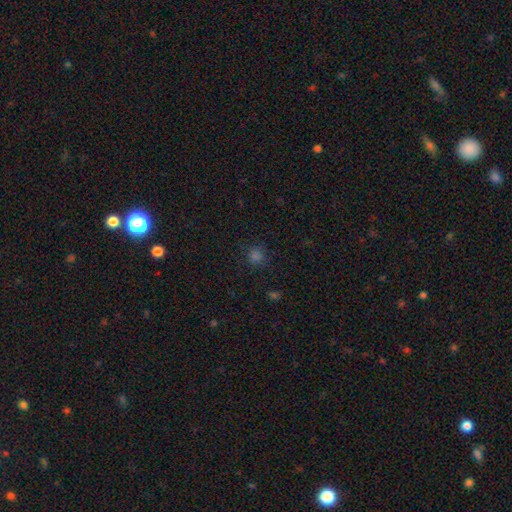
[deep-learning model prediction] The model was most divided on "smooth or featured": smooth: 73%, star or artifact: 22%, featured or disk: 4%. More confident: how rounded — round (89%); merging — none (85%).